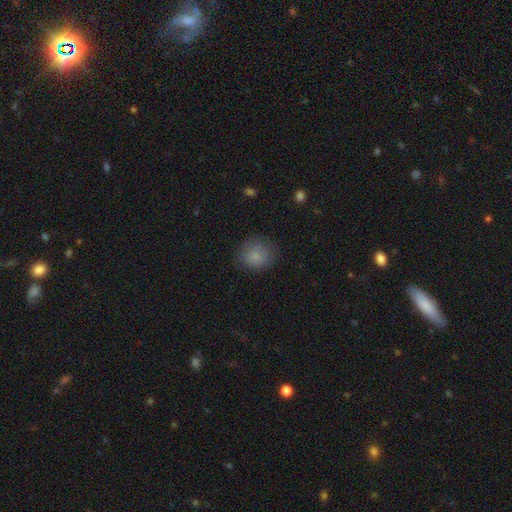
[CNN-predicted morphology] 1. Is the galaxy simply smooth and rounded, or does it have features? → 83% smooth, 9% star or artifact, 8% featured or disk.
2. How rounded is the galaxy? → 84% round, 15% in between, 1% cigar-shaped.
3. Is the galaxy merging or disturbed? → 78% none, 16% minor disturbance, 5% major disturbance, 1% merger.